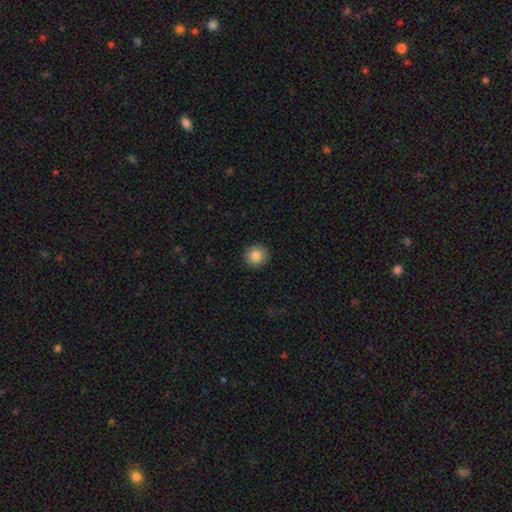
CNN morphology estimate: Smooth or featured? smooth (85%)
How rounded? round (93%)
Merging? none (92%)